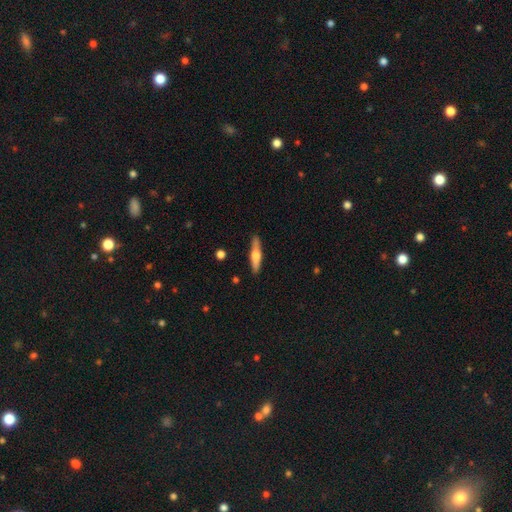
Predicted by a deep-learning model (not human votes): Smooth or featured? Predicted: featured or disk (p=0.54). Edge-on disk? Predicted: yes (p=0.95). Edge-on bulge? Predicted: rounded (p=0.92). Merging? Predicted: none (p=0.89).